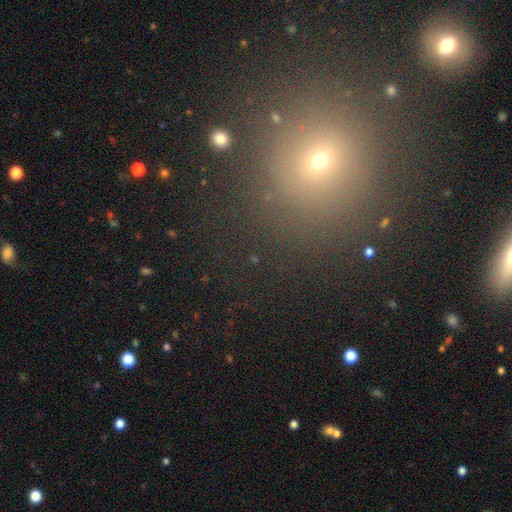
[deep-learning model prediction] A star or artifact, not a galaxy (45%, tied with smooth).